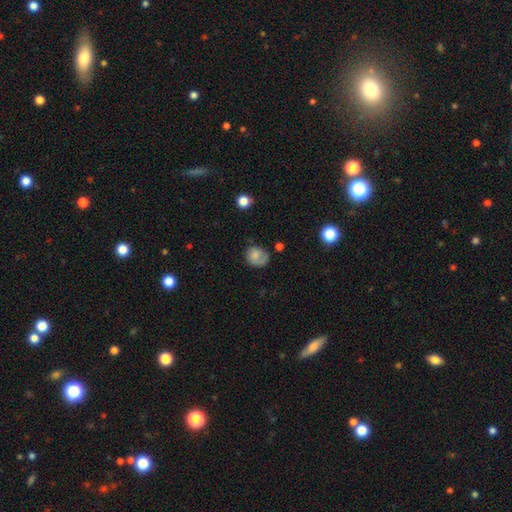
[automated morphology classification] Smooth or featured? Predicted: smooth (p=0.69). How rounded? Predicted: round (p=0.60). Merging? Predicted: none (p=0.53).